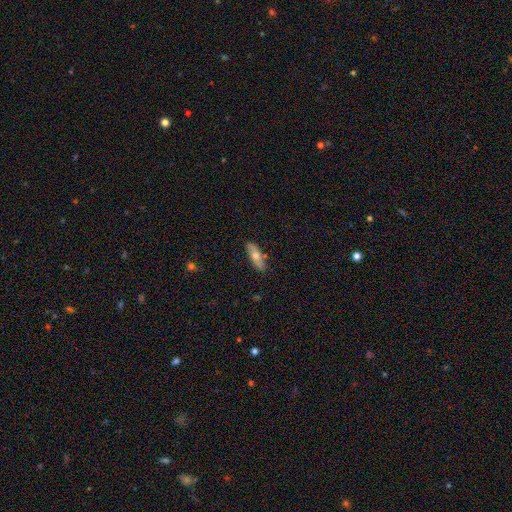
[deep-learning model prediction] Smooth or featured: smooth — 58% (featured or disk — 36%)
How rounded: in between — 54% (cigar-shaped — 44%)
Merging: none — 83% (minor disturbance — 12%)